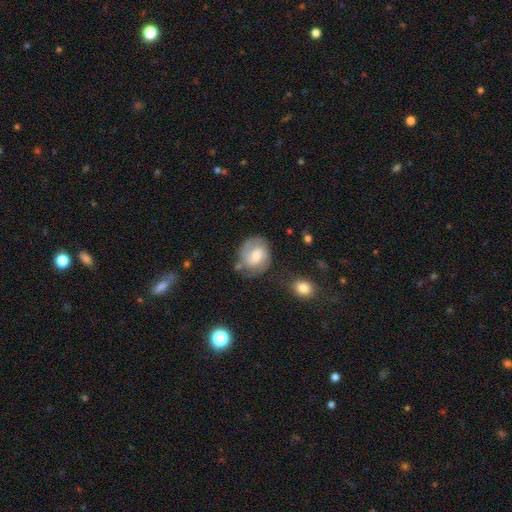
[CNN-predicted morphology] smooth-or-featured: featured or disk: 48% | smooth: 45% | star or artifact: 8%
  merging: none: 62% | minor disturbance: 22% | major disturbance: 10% | merger: 6%